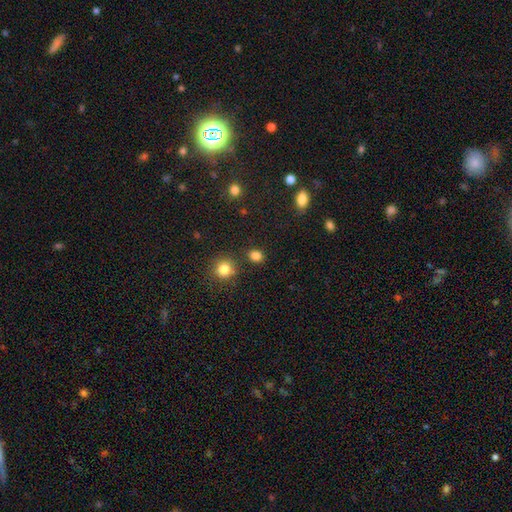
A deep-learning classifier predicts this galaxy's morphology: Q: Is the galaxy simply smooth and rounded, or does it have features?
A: smooth — 83%.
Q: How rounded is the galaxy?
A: round — 53%.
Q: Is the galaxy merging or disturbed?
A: none — 81%.